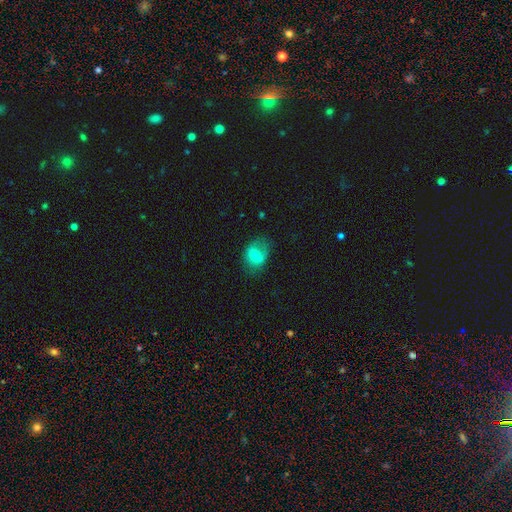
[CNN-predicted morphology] smooth-or-featured: smooth: 65% | featured or disk: 26% | star or artifact: 9%
  how-rounded: in between: 67% | round: 31% | cigar-shaped: 1%
  merging: none: 56% | minor disturbance: 26% | major disturbance: 16% | merger: 2%